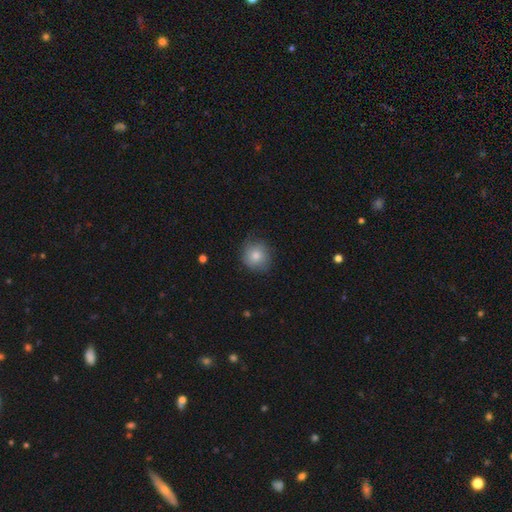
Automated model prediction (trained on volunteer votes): Smooth or featured? smooth (78%)
How rounded? round (88%)
Merging? none (72%)